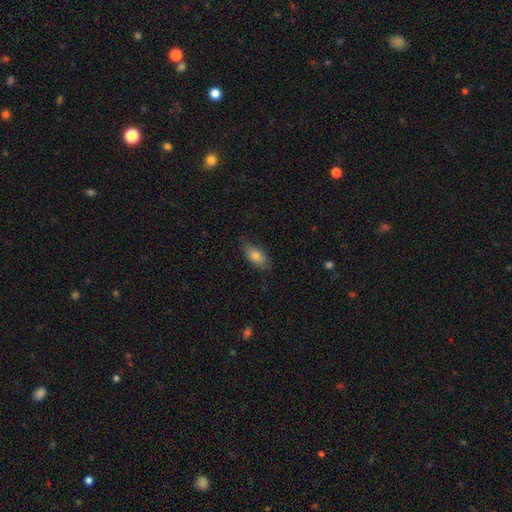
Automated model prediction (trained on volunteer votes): smooth 79%, featured or disk 13%, star or artifact 8%. Down the decision tree: how rounded — in between (85%); merging — none (77%).